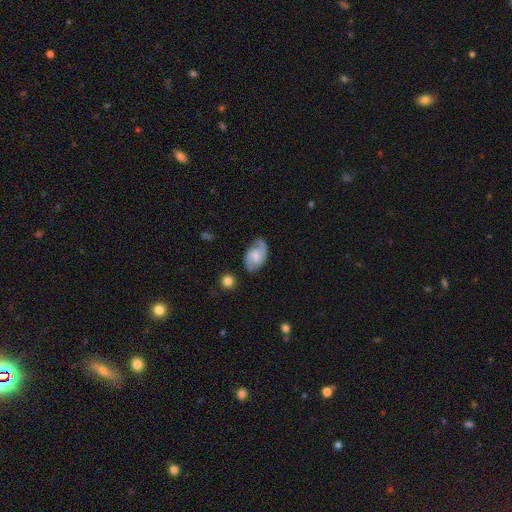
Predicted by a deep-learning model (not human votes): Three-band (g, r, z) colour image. It shows a featured or disk galaxy (74%) with a weak bar (53%), 2 (89%) medium (52%) spiral arms (95%) and a small central bulge (37%). Merging: none (77%).